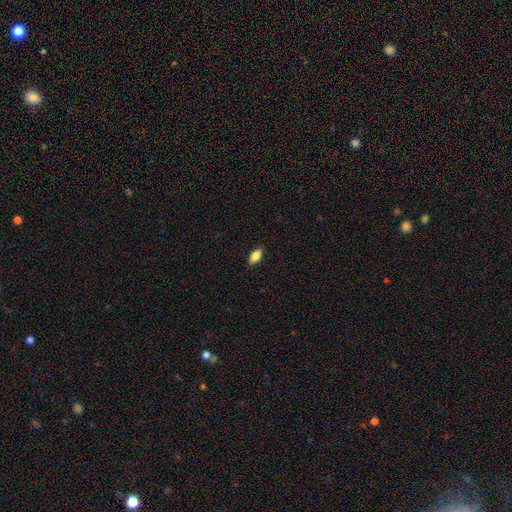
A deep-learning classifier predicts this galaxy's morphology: A smooth galaxy with no disk features (82%) that is in between round and cigar-shaped (88%). Merging: none (86%).